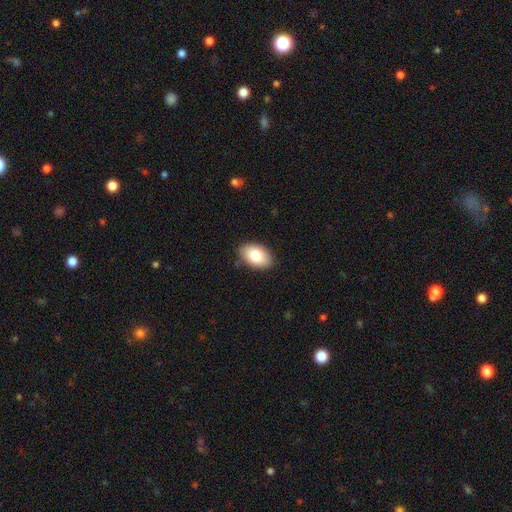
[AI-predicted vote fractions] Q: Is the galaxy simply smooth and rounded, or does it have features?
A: smooth — 82%.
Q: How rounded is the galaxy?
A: in between — 92%.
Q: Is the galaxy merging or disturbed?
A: none — 86%.